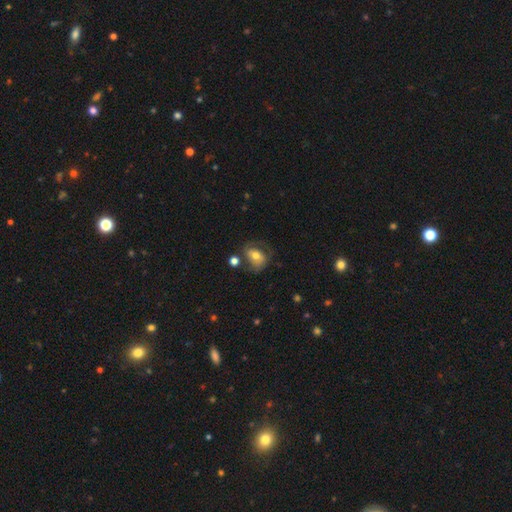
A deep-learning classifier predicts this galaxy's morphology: Smooth or featured?
  - smooth: 50% *
  - featured or disk: 42%
  - star or artifact: 9%
Merging?
  - none: 49% *
  - minor disturbance: 23%
  - major disturbance: 21%
  - merger: 7%